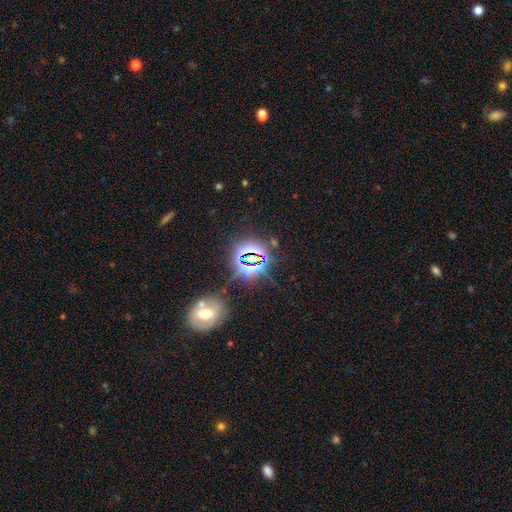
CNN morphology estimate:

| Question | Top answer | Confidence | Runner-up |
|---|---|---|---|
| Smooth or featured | star or artifact | 80% | smooth (12%) |